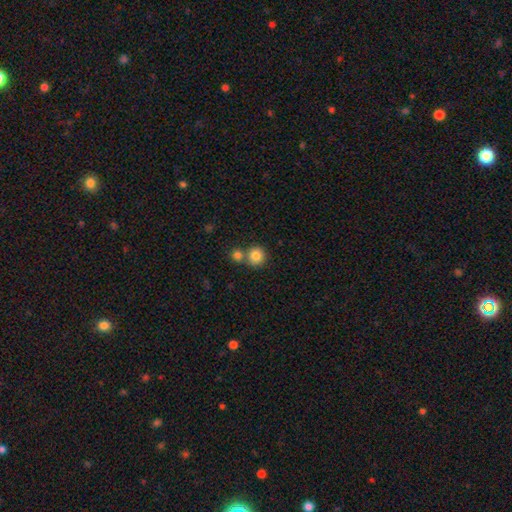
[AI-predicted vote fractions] Q: Smooth or featured?
A: smooth (83%); runner-up: star or artifact (11%)
Q: How rounded?
A: round (92%); runner-up: in between (7%)
Q: Merging?
A: none (60%); runner-up: merger (31%)